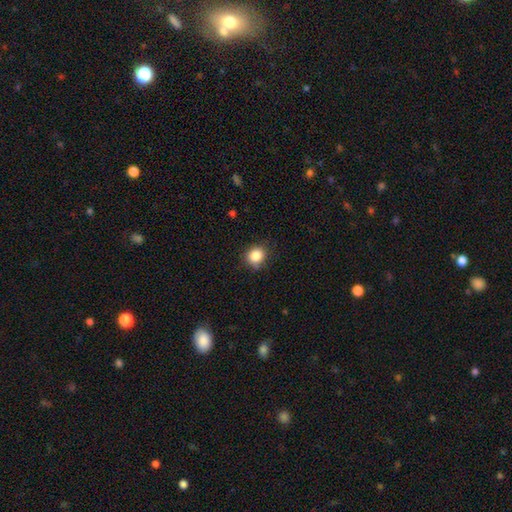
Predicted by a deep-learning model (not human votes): Smooth or featured: smooth — 86% (star or artifact — 10%)
How rounded: round — 75% (in between — 24%)
Merging: none — 81% (minor disturbance — 14%)